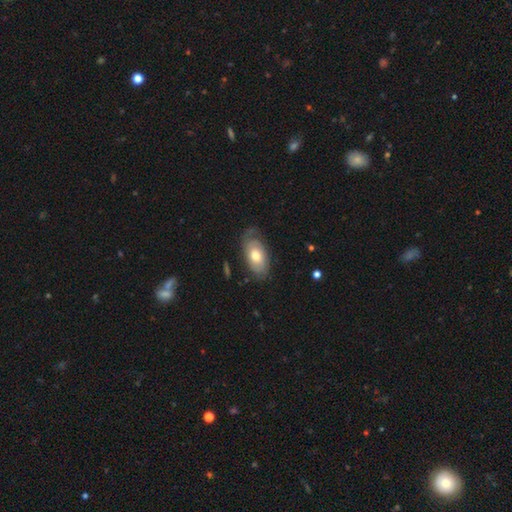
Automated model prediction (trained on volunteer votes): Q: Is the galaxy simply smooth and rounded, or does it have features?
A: smooth — 51%.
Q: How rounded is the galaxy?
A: in between — 93%.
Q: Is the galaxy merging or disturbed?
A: none — 61%.